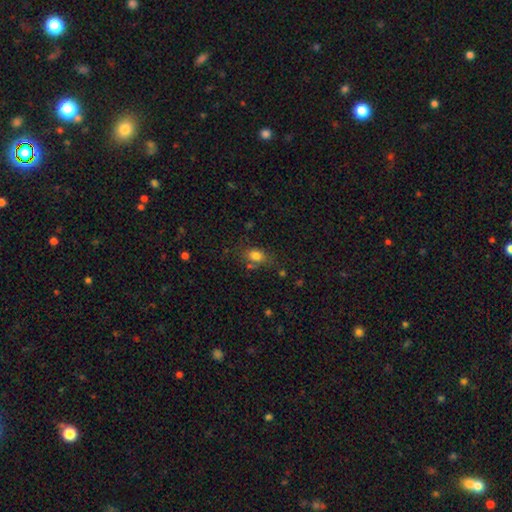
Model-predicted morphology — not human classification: This appears to be a smooth galaxy with no disk features (80%) that is in between round and cigar-shaped (71%). Merging: none (64%).